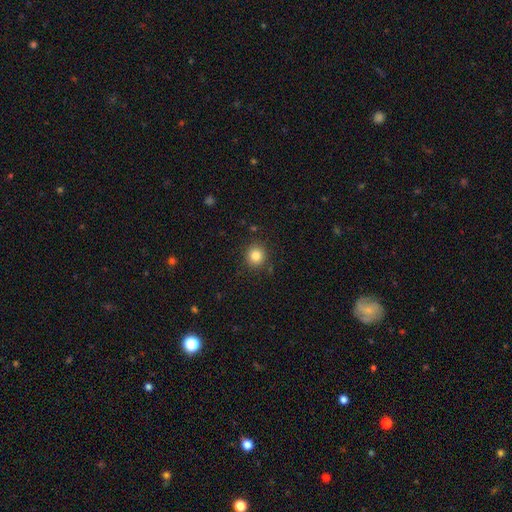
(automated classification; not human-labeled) Overall: smooth (83%). How rounded: round (89%). Merging: none (88%).